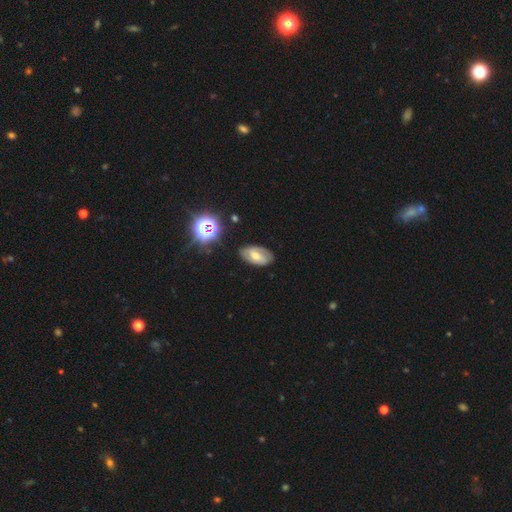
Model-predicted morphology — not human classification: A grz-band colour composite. It shows a featured or disk galaxy (50%). Merging: none (74%).